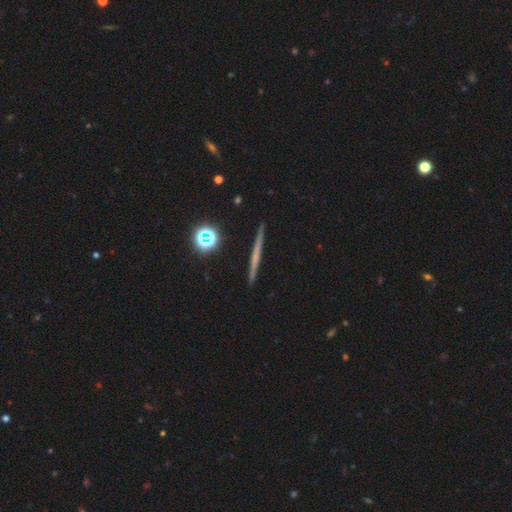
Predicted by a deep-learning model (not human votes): smooth_or_featured: featured or disk (p=0.54) [alt: smooth p=0.36]
disk_edge_on: yes (p=0.97) [alt: no p=0.03]
edge_on_bulge: none (p=0.84) [alt: rounded p=0.12]
merging: none (p=0.92) [alt: minor disturbance p=0.05]